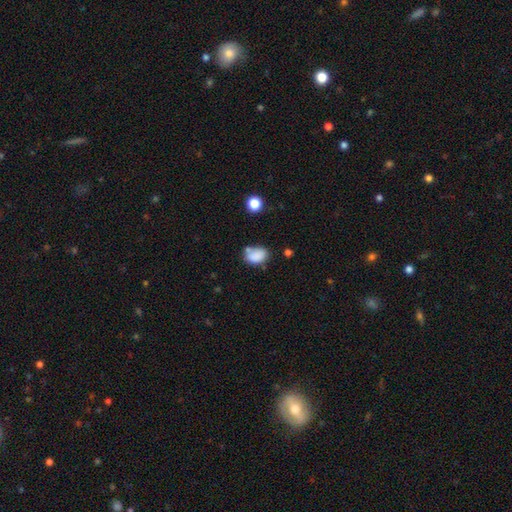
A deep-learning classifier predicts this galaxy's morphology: This is clearly a smooth galaxy (83%). How rounded: likely in between (79%). Merging: possibly none (56%).